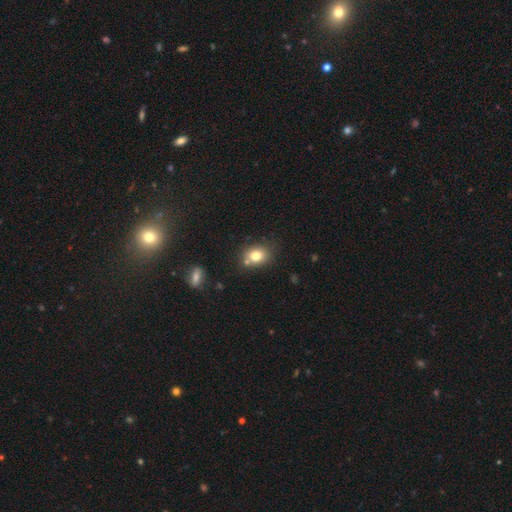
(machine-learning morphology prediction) type=smooth (77%); roundness=round (56%); merging=none (68%).